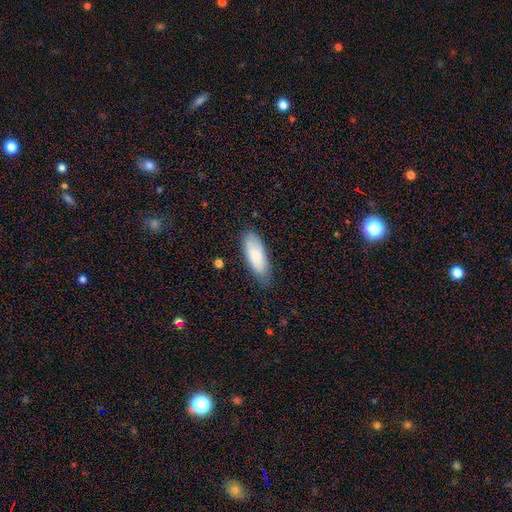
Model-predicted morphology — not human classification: This appears to be a smooth galaxy with no disk features (79%) that is in between round and cigar-shaped (78%). Merging: none (74%).